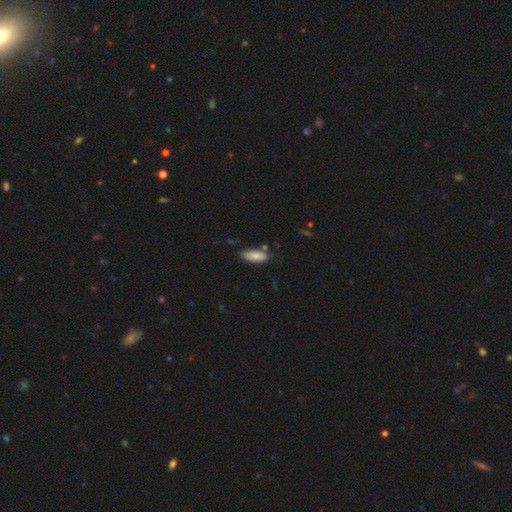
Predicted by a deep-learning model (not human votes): Smooth or featured? Predicted: smooth (p=0.86). How rounded? Predicted: in between (p=0.73). Merging? Predicted: none (p=0.74).